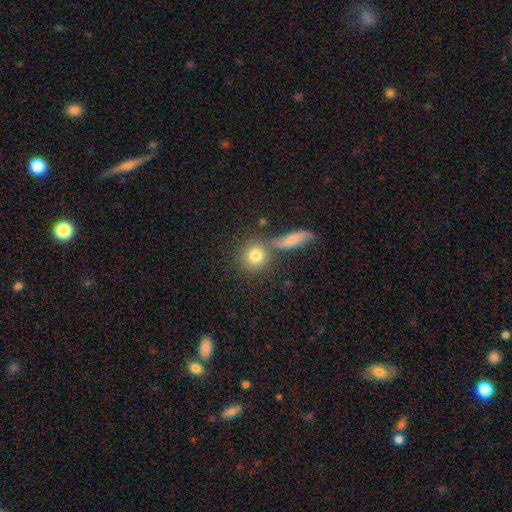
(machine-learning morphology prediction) The model was most divided on "merging": none: 64%, merger: 22%, minor disturbance: 10%, major disturbance: 4%. More confident: how rounded — round (85%); smooth or featured — smooth (79%).